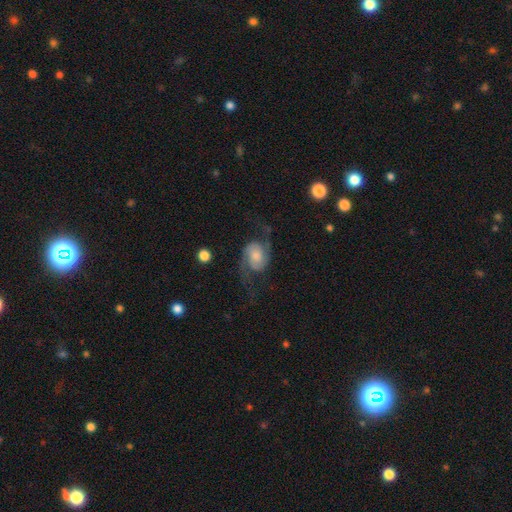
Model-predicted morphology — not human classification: A featured or disk galaxy (81%) with no bar (63%), 2 (94%) loose (56%) spiral arms (96%) and a moderate central bulge (34%).

Vote fractions:
- Smooth or featured? featured or disk: 81% / smooth: 13% / star or artifact: 6%
- Edge-on disk? no: 98% / yes: 2%
- Bar? no: 63% / weak: 31% / strong: 7%
- Spiral arms? yes: 96% / no: 4%
- Spiral winding? loose: 56% / medium: 35% / tight: 9%
- Spiral arm count? 2: 94% / can't tell: 2% / 1: 1% / 3: 1% / 4: 1% / more than 4: 1%
- Bulge size? moderate: 34% / small: 28% / large: 19% / none: 13% / dominant: 6%
- Merging? none: 65% / major disturbance: 17% / minor disturbance: 16% / merger: 2%